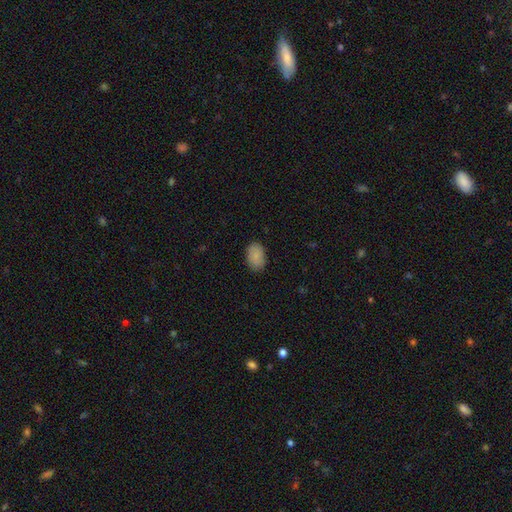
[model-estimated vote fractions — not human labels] This is clearly a smooth galaxy (86%). How rounded: clearly in between (87%). Merging: clearly none (85%).